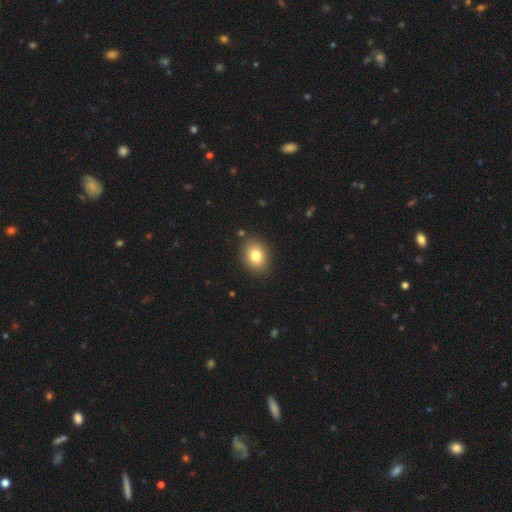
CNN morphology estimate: smooth_or_featured: smooth (p=0.80) [alt: featured or disk p=0.10]
how_rounded: in between (p=0.58) [alt: round p=0.41]
merging: none (p=0.88) [alt: minor disturbance p=0.08]